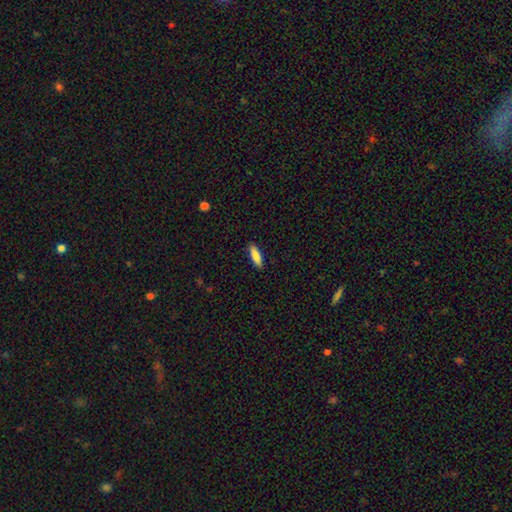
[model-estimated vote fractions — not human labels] smooth_or_featured: smooth (p=0.86) [alt: featured or disk p=0.08]
how_rounded: cigar-shaped (p=0.57) [alt: in between p=0.41]
merging: none (p=0.90) [alt: minor disturbance p=0.08]